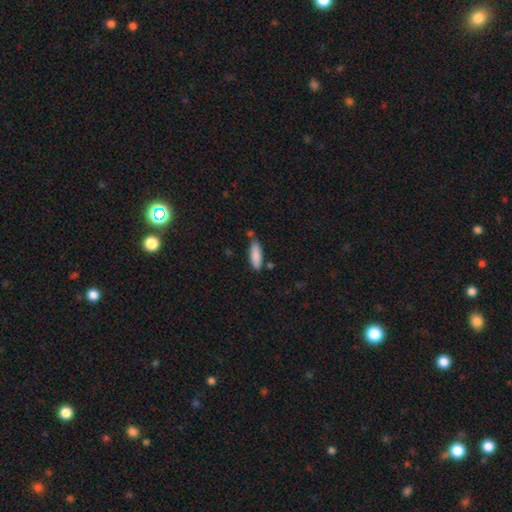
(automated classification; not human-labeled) smooth 87%, featured or disk 6%, star or artifact 6%. Down the decision tree: how rounded — in between (55%); merging — none (72%).